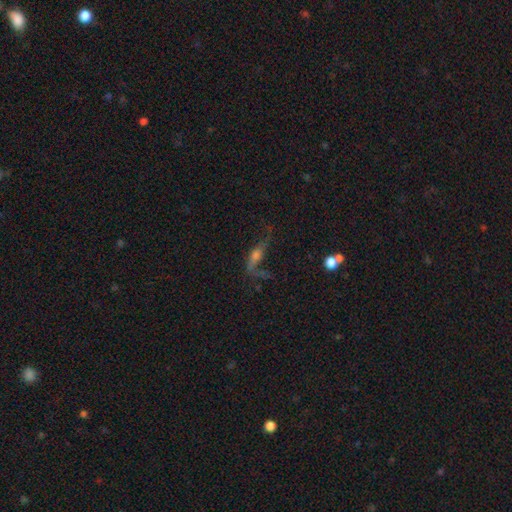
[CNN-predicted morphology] featured or disk 59%, smooth 27%, star or artifact 14%. Down the decision tree: edge-on disk — no (58%); merging — none (41%).